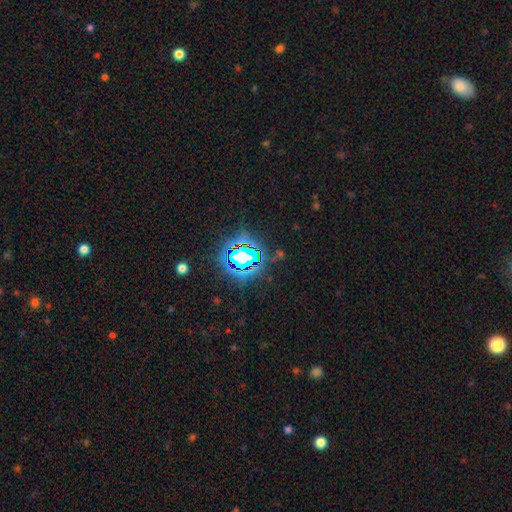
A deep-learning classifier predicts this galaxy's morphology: A star or artifact, not a galaxy (83%).